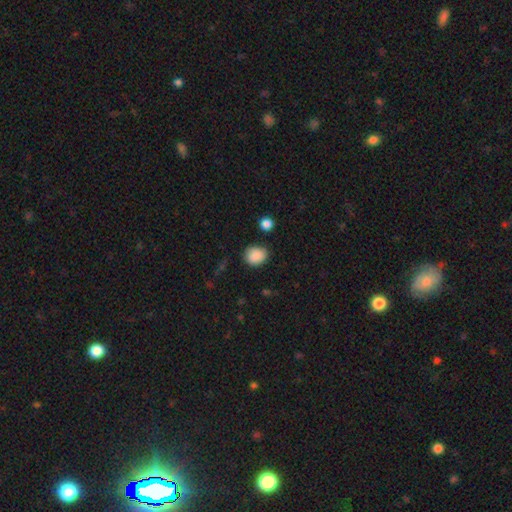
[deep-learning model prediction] A smooth galaxy with no disk features (88%) that is round (63%).

Vote fractions:
- Smooth or featured? smooth: 88% / star or artifact: 8% / featured or disk: 4%
- How rounded? round: 63% / in between: 36% / cigar-shaped: 1%
- Merging? none: 78% / minor disturbance: 16% / major disturbance: 4% / merger: 3%